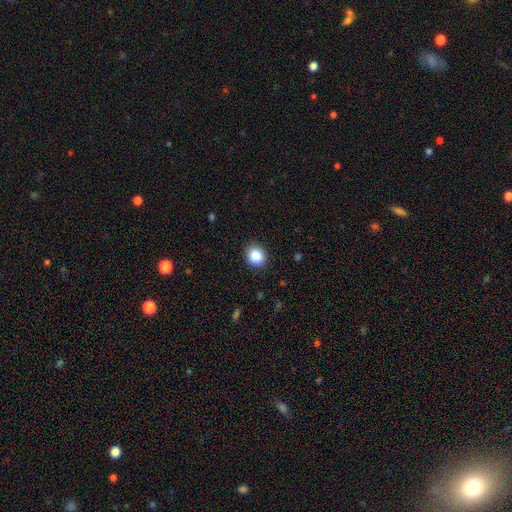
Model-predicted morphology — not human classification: The model was most divided on "how rounded": round: 80%, in between: 20%, cigar-shaped: 1%. More confident: merging — none (91%); smooth or featured — smooth (85%).